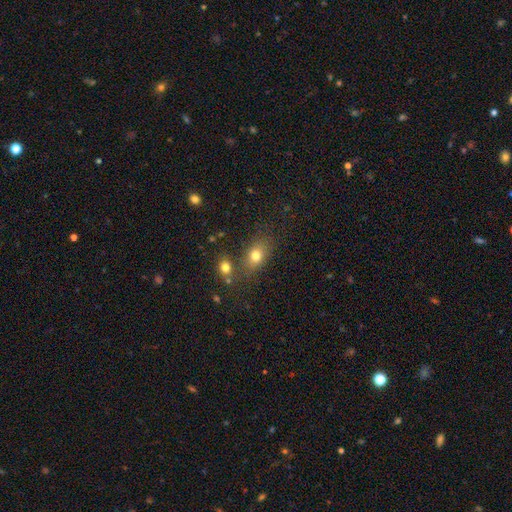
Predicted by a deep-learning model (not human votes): This appears to be a smooth galaxy with no disk features (76%) that is in between round and cigar-shaped (69%). Merging: none (68%).